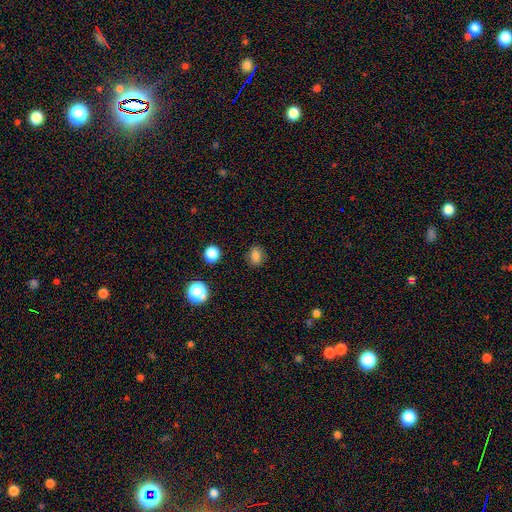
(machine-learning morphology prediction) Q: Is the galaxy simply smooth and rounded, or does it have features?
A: smooth — 80%.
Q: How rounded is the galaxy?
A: in between — 57%.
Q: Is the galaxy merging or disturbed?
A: none — 81%.